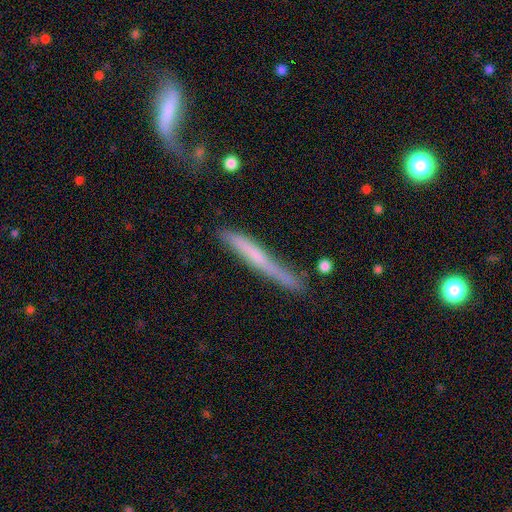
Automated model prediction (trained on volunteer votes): Overall: smooth (47%; featured or disk 46%). Merging: none (62%; minor disturbance 24%).